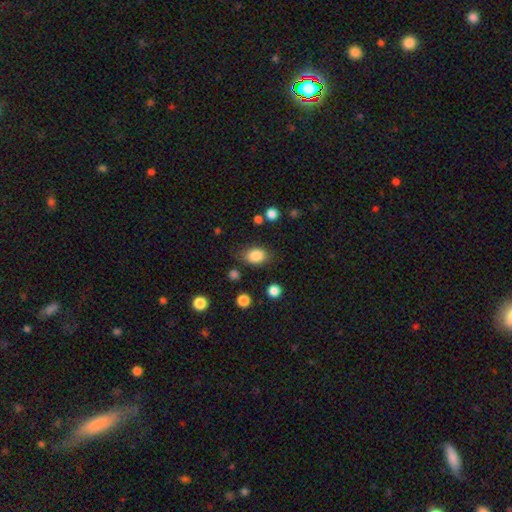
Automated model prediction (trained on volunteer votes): Smooth or featured: smooth — 85% (star or artifact — 9%)
How rounded: in between — 77% (round — 22%)
Merging: none — 78% (minor disturbance — 14%)